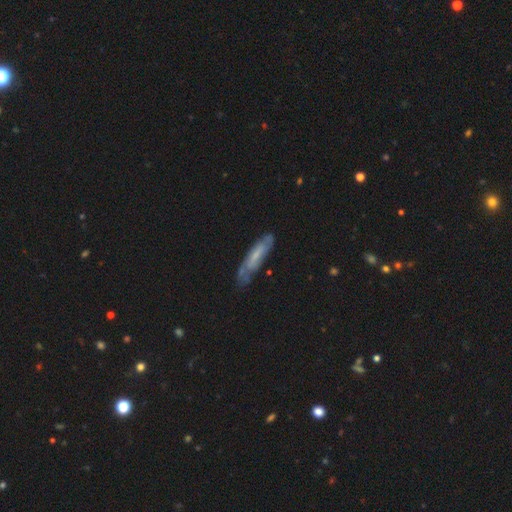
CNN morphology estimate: Smooth or featured? Predicted: featured or disk (p=0.52). Edge-on disk? Predicted: no (p=0.57). Merging? Predicted: none (p=0.61).